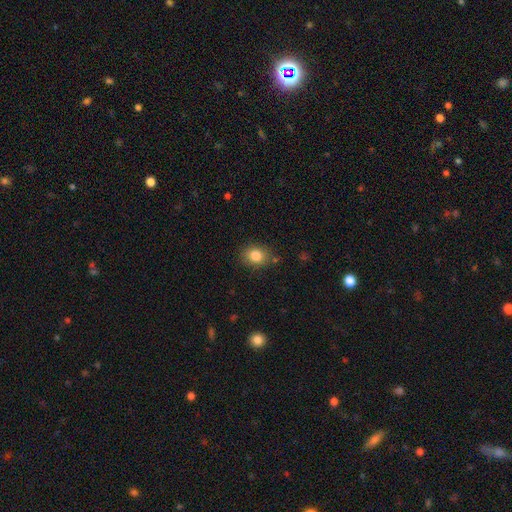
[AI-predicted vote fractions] A smooth galaxy with no disk features (83%) that is round (50%). Merging: none (82%).